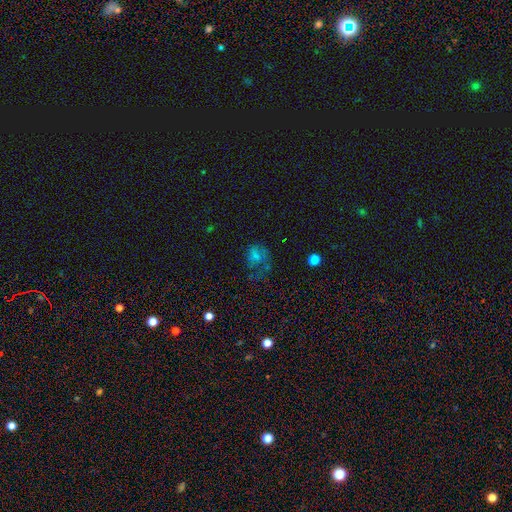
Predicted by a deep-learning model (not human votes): This is possibly a smooth galaxy (57%). How rounded: possibly in between (52%). Merging: marginally major disturbance (45%).